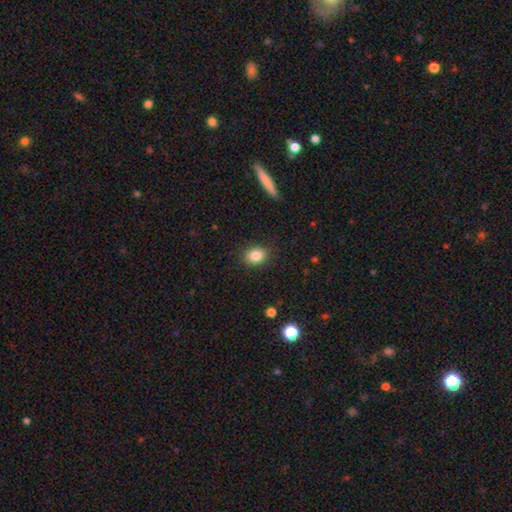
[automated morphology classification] This is clearly a smooth galaxy (85%). How rounded: possibly in between (53%). Merging: clearly none (88%).